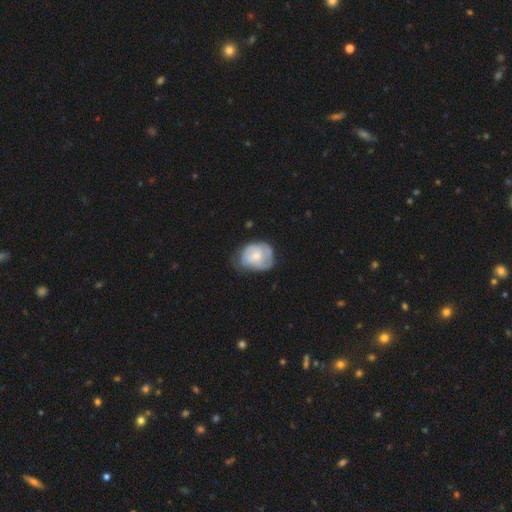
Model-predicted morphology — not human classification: This is possibly a featured or disk galaxy (47%). Merging: marginally none (44%).